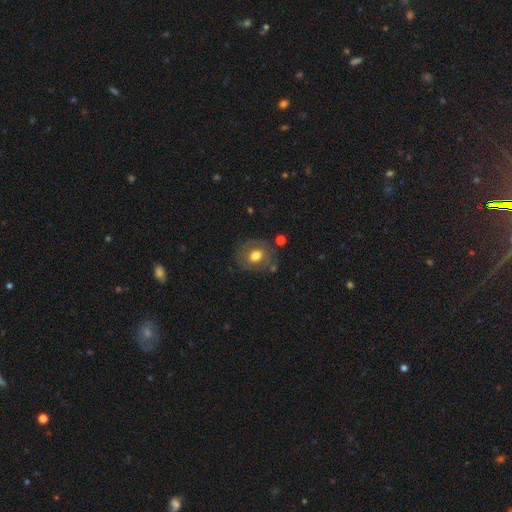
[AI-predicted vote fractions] Smooth or featured?
  - smooth: 63% *
  - featured or disk: 28%
  - star or artifact: 9%
How rounded?
  - round: 70% *
  - in between: 29%
  - cigar-shaped: 1%
Merging?
  - none: 76% *
  - minor disturbance: 15%
  - major disturbance: 6%
  - merger: 4%